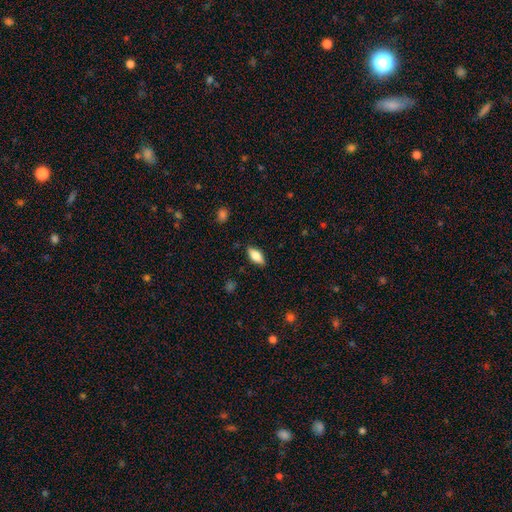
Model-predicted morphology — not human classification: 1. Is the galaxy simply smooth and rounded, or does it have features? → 72% smooth, 21% featured or disk, 7% star or artifact.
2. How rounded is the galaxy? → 82% in between, 16% cigar-shaped, 3% round.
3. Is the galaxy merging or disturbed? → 85% none, 11% minor disturbance, 3% major disturbance, 1% merger.